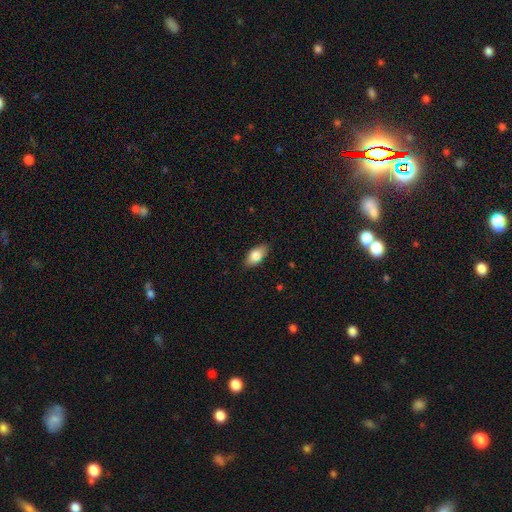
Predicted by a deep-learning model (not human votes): Overall: smooth (82%). How rounded: in between (91%). Merging: none (86%).